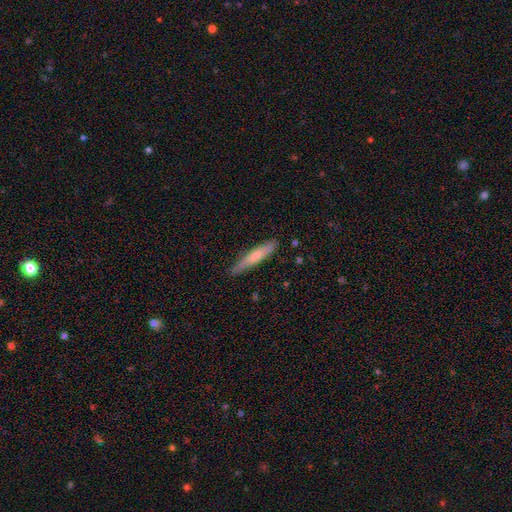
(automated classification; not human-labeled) smooth 63%, featured or disk 32%, star or artifact 6%. Down the decision tree: how rounded — cigar-shaped (90%); merging — none (84%).